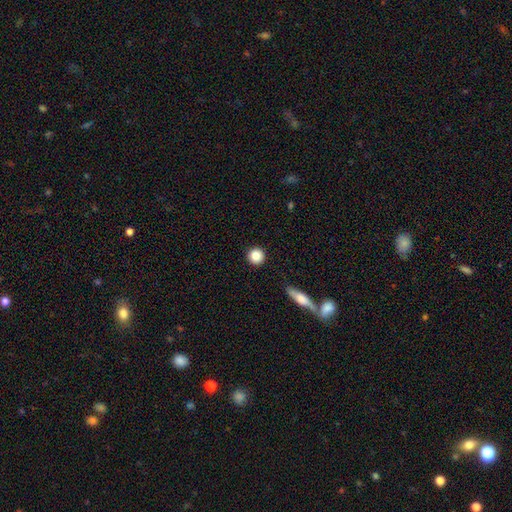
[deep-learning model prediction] Smooth or featured? smooth (85%)
How rounded? round (95%)
Merging? none (91%)